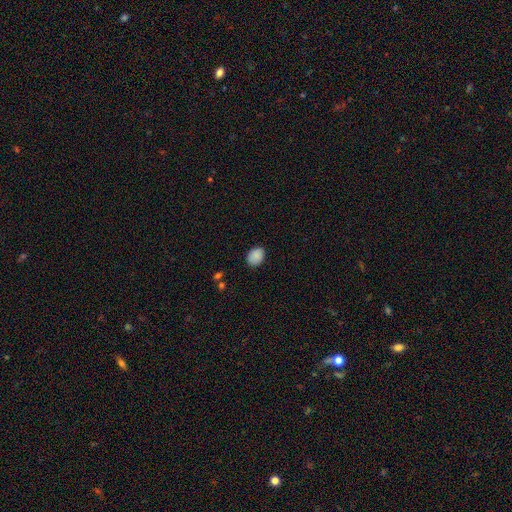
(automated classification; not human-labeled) smooth 88%, star or artifact 8%, featured or disk 4%. Down the decision tree: how rounded — in between (62%); merging — none (84%).